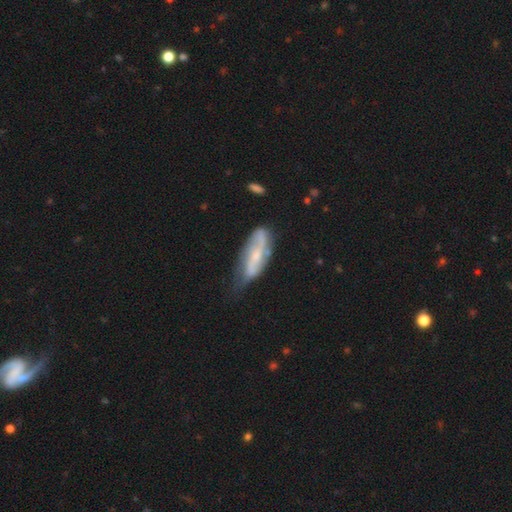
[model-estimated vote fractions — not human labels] featured or disk 67%, smooth 26%, star or artifact 7%. Down the decision tree: edge-on disk — no (85%); bar — no (43%); spiral arms — yes (83%); bulge size — small (57%); merging — none (50%).